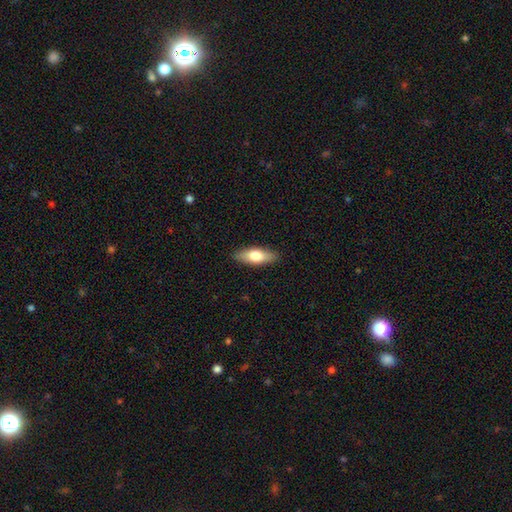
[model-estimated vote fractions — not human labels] Smooth or featured? Predicted: smooth (p=0.70). How rounded? Predicted: in between (p=0.69). Merging? Predicted: none (p=0.88).